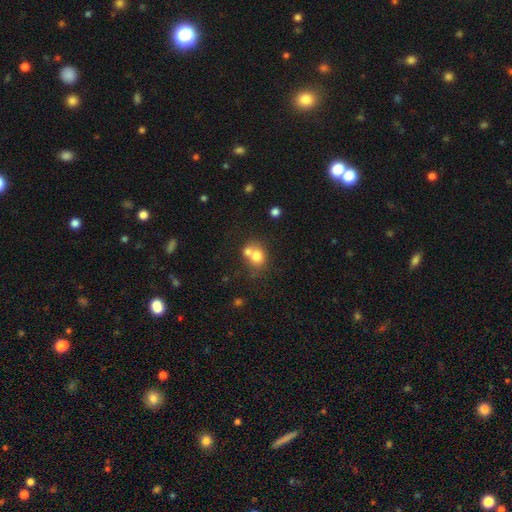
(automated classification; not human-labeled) This appears to be a smooth galaxy with no disk features (74%) that is round (68%). Merging: merger (49%).